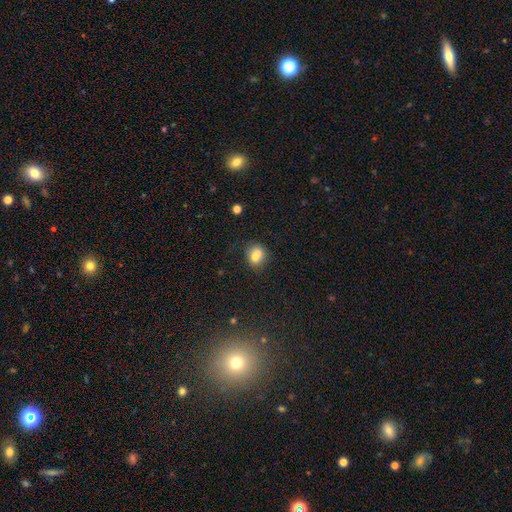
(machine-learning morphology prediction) smooth-or-featured: smooth: 73% | featured or disk: 16% | star or artifact: 11%
  how-rounded: round: 65% | in between: 33% | cigar-shaped: 1%
  merging: none: 44% | merger: 37% | minor disturbance: 14% | major disturbance: 5%